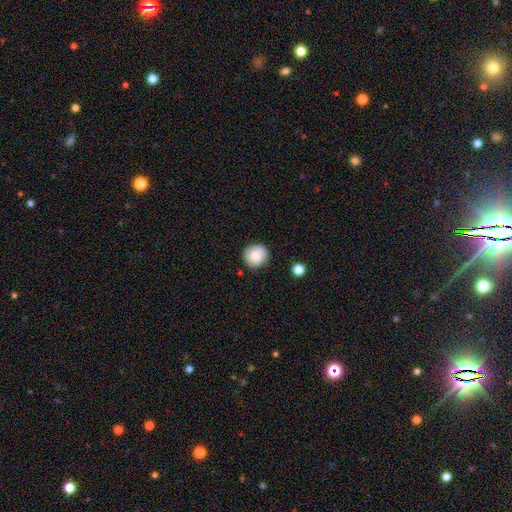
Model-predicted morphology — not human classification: Smooth or featured? smooth (77%)
How rounded? round (90%)
Merging? none (84%)